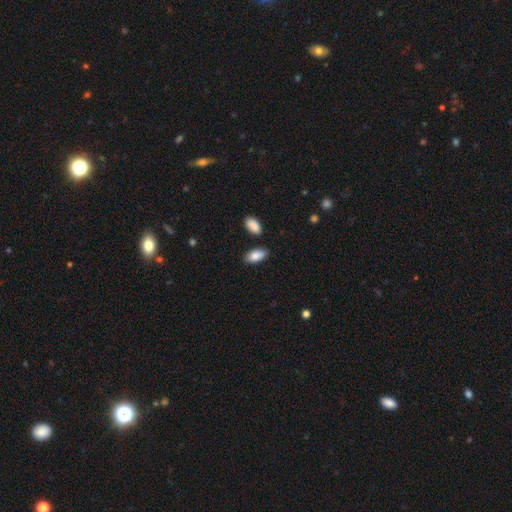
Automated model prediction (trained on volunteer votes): smooth-or-featured: smooth: 85% | featured or disk: 9% | star or artifact: 6%
  how-rounded: in between: 93% | cigar-shaped: 4% | round: 3%
  merging: none: 82% | minor disturbance: 11% | merger: 5% | major disturbance: 2%